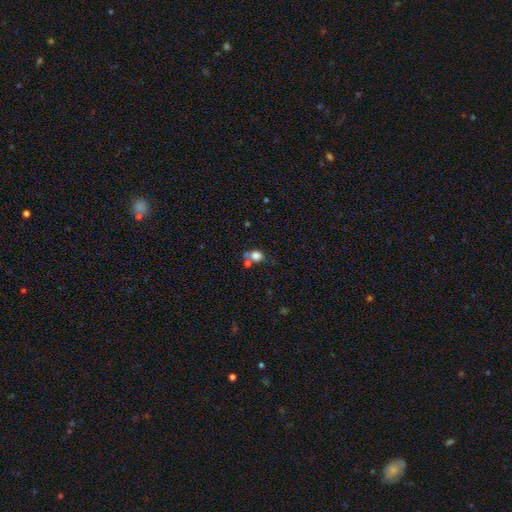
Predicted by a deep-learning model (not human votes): Smooth or featured? smooth (78%)
How rounded? round (51%)
Merging? none (47%)